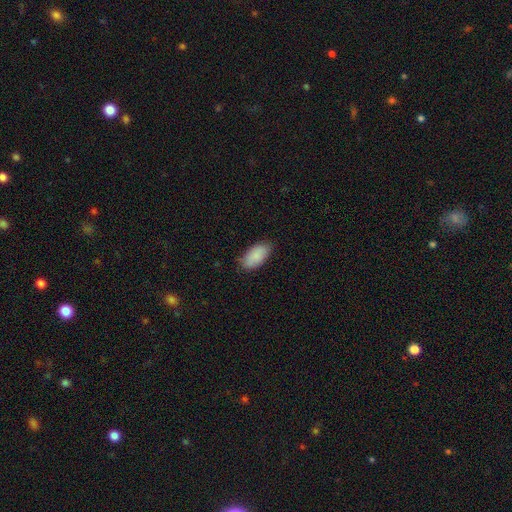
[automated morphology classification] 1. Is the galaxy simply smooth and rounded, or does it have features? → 88% smooth, 6% star or artifact, 6% featured or disk.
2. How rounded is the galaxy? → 94% in between, 4% cigar-shaped, 2% round.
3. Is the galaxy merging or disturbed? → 78% none, 18% minor disturbance, 3% major disturbance, 1% merger.